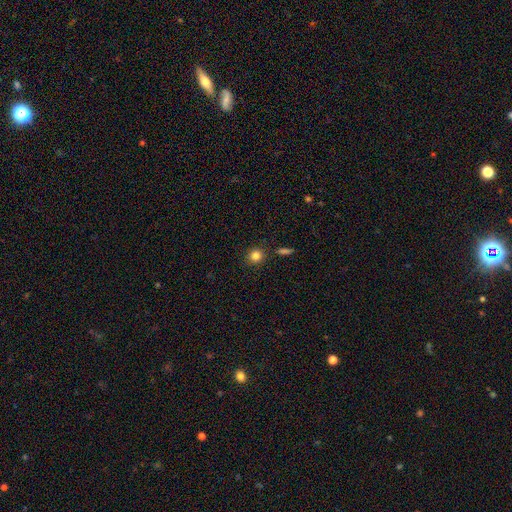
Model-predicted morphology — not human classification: This appears to be a smooth galaxy with no disk features (83%) that is round (86%). Merging: none (87%).